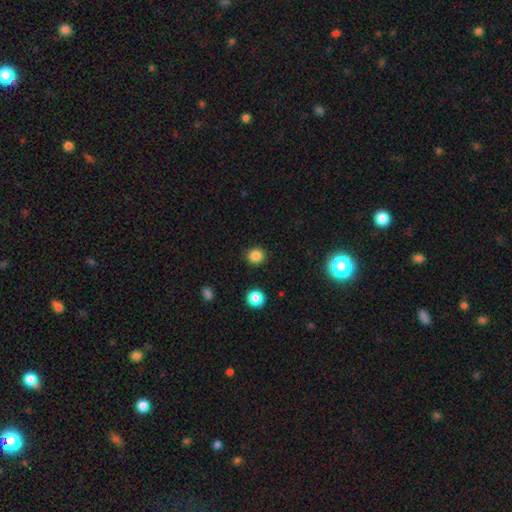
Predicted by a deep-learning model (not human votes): Q: Smooth or featured?
A: smooth (84%); runner-up: star or artifact (12%)
Q: How rounded?
A: round (90%); runner-up: in between (9%)
Q: Merging?
A: none (91%); runner-up: minor disturbance (6%)